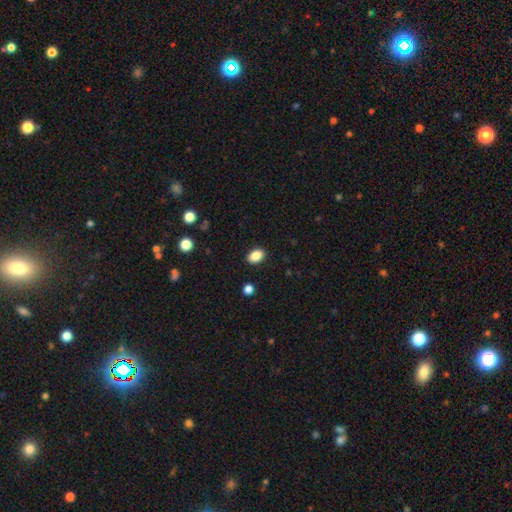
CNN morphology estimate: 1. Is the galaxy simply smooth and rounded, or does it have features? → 87% smooth, 9% star or artifact, 5% featured or disk.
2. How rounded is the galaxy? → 84% in between, 14% round, 1% cigar-shaped.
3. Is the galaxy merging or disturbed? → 89% none, 7% minor disturbance, 2% major disturbance, 1% merger.